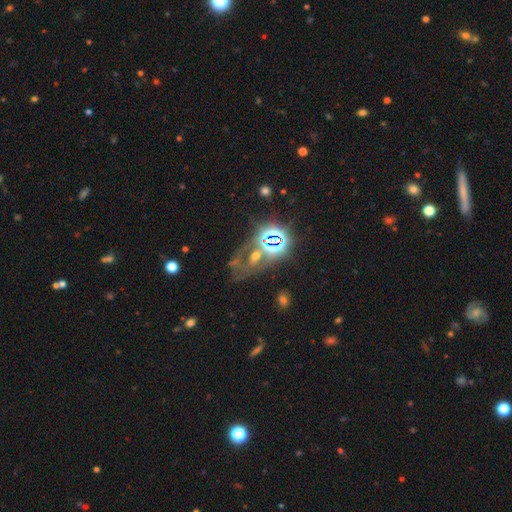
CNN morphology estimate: smooth-or-featured: star or artifact: 52% | featured or disk: 28% | smooth: 20%